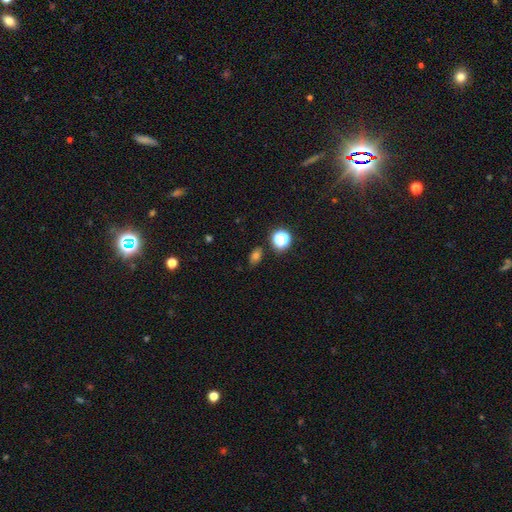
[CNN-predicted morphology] This is likely a smooth galaxy (65%). How rounded: likely in between (70%). Merging: clearly none (81%).